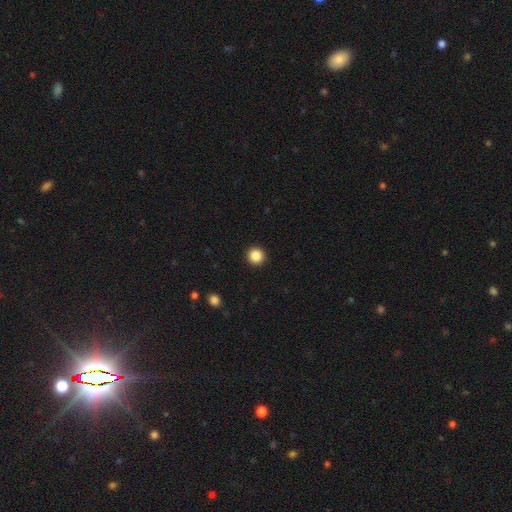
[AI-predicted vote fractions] The model was most divided on "smooth or featured": smooth: 87%, star or artifact: 10%, featured or disk: 3%. More confident: how rounded — round (95%); merging — none (93%).